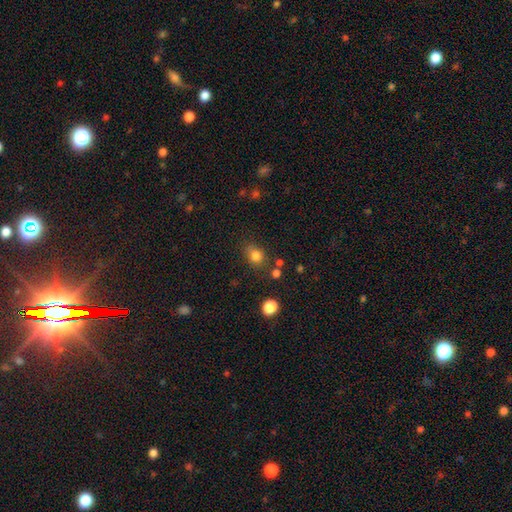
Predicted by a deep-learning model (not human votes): Smooth or featured? Predicted: smooth (p=0.81). How rounded? Predicted: round (p=0.52). Merging? Predicted: none (p=0.69).